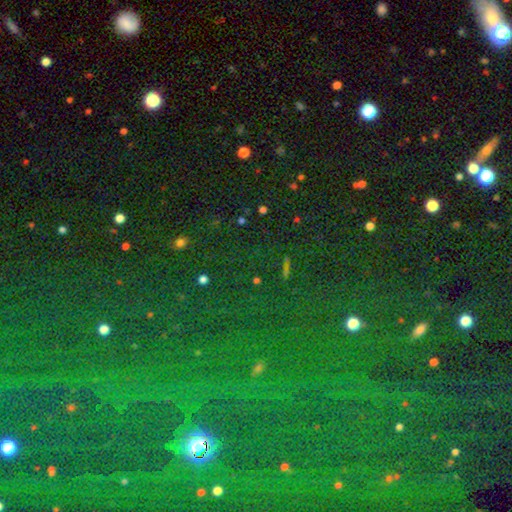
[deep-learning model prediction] This appears to be a star or artifact, not a galaxy (80%).